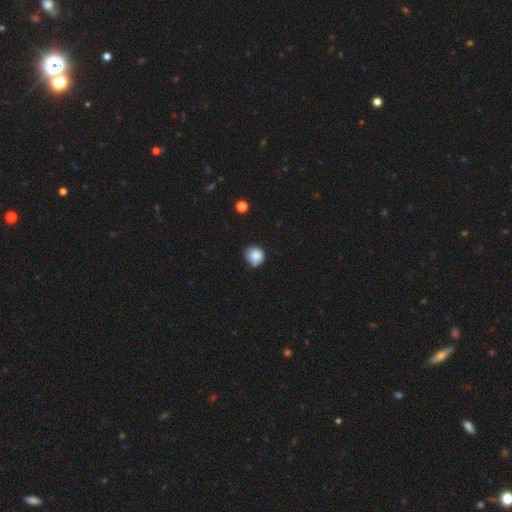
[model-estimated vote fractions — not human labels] smooth 86%, star or artifact 9%, featured or disk 5%. Down the decision tree: how rounded — round (87%); merging — none (63%).